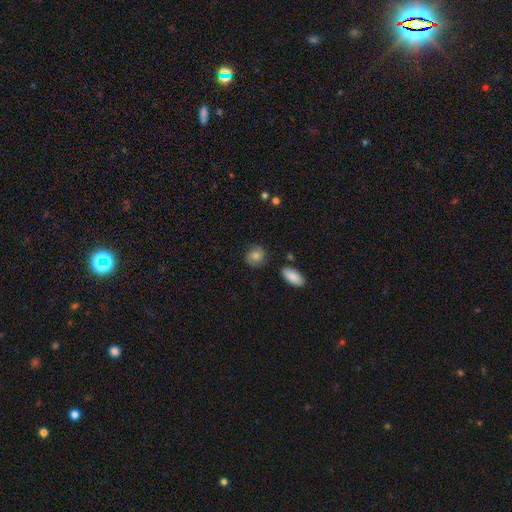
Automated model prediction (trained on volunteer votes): Smooth or featured?
  - smooth: 77% *
  - featured or disk: 15%
  - star or artifact: 9%
How rounded?
  - round: 70% *
  - in between: 28%
  - cigar-shaped: 1%
Merging?
  - none: 81% *
  - minor disturbance: 13%
  - major disturbance: 3%
  - merger: 3%